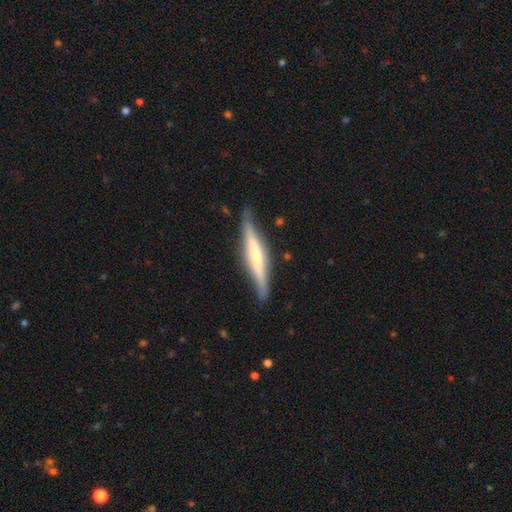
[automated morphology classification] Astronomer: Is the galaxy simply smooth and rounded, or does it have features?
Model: featured or disk — 62%.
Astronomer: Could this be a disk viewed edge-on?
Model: yes — 93%.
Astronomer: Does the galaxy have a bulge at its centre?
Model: rounded — 50% (runner-up: boxy, 26%).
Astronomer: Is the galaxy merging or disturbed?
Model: none — 80%.